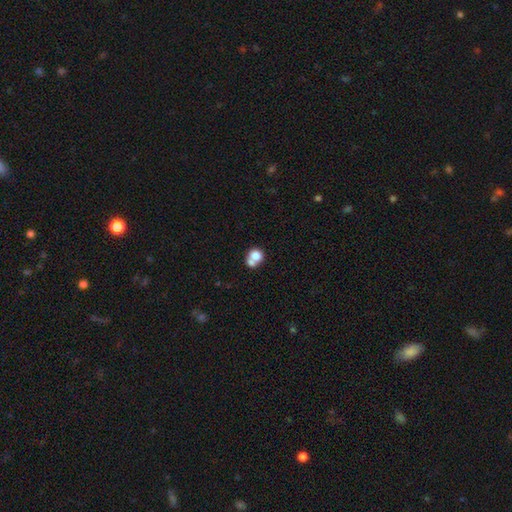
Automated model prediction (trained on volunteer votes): This appears to be a smooth galaxy with no disk features (74%) that is round (75%). Merging: merger (53%).